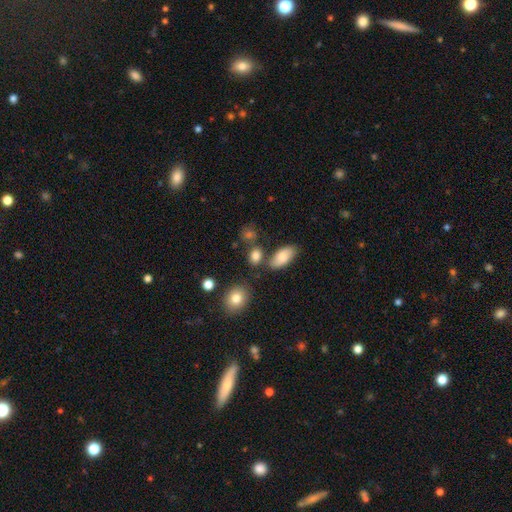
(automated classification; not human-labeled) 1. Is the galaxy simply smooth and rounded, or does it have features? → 81% smooth, 11% star or artifact, 8% featured or disk.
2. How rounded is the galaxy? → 62% in between, 34% round, 3% cigar-shaped.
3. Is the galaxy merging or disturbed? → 66% none, 14% minor disturbance, 14% merger, 5% major disturbance.